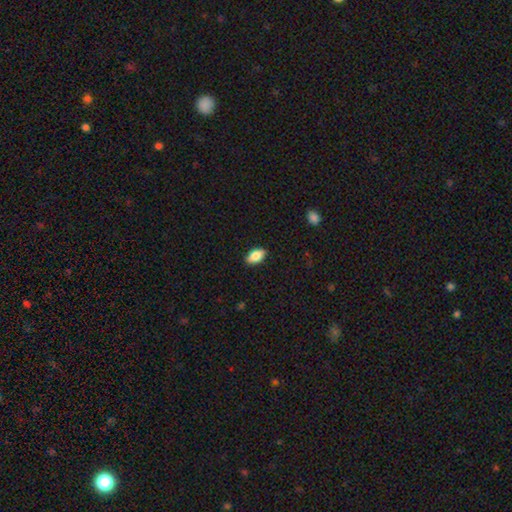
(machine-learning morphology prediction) smooth-or-featured: smooth: 83% | featured or disk: 10% | star or artifact: 7%
  how-rounded: in between: 91% | round: 5% | cigar-shaped: 4%
  merging: none: 88% | minor disturbance: 9% | major disturbance: 2% | merger: 1%